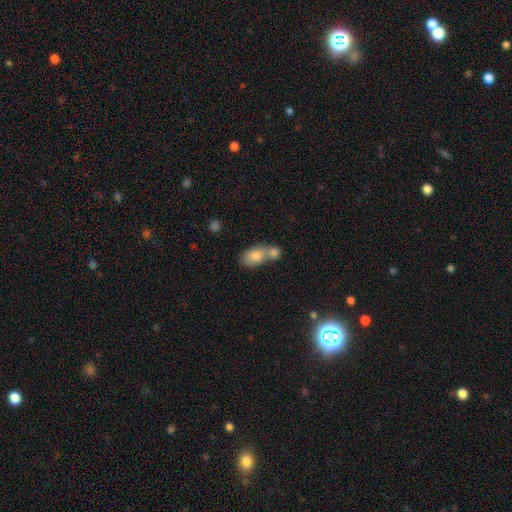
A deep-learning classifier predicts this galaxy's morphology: Smooth or featured?
  - smooth: 79% *
  - featured or disk: 13%
  - star or artifact: 8%
How rounded?
  - in between: 82% *
  - round: 15%
  - cigar-shaped: 3%
Merging?
  - merger: 60% *
  - none: 27%
  - minor disturbance: 9%
  - major disturbance: 4%